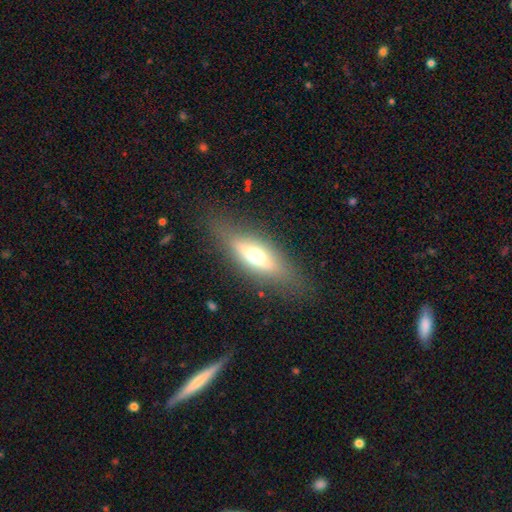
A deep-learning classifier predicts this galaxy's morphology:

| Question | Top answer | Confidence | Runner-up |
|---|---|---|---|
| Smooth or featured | featured or disk | 46% | smooth (44%) |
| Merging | none | 79% | minor disturbance (13%) |